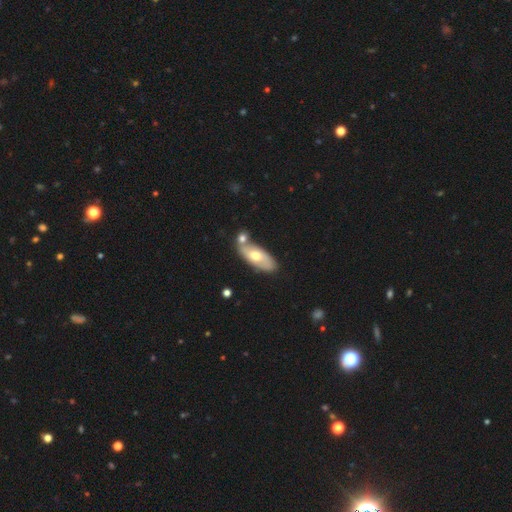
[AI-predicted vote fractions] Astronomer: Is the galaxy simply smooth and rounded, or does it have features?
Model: smooth — 50% (runner-up: featured or disk, 45%).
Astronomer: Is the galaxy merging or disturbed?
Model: none — 57%.